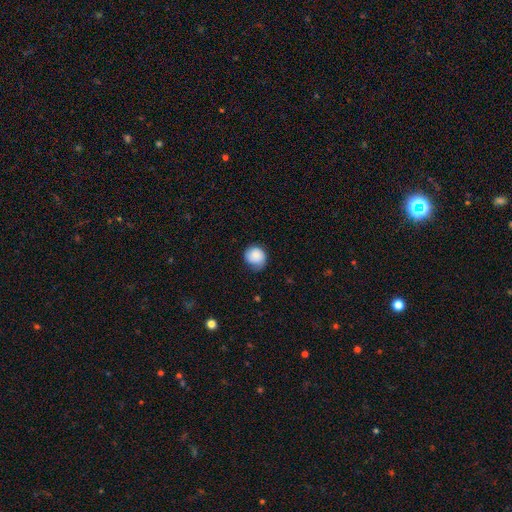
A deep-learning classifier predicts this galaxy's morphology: smooth_or_featured: smooth (p=0.80) [alt: featured or disk p=0.13]
how_rounded: round (p=0.81) [alt: in between p=0.18]
merging: none (p=0.59) [alt: minor disturbance p=0.32]